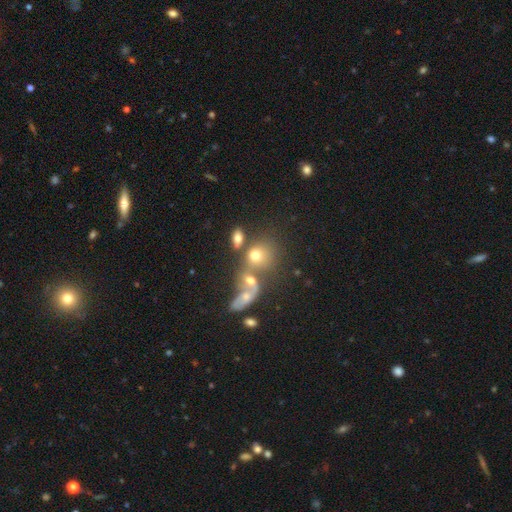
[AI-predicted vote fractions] Smooth or featured?
  - smooth: 64% *
  - featured or disk: 22%
  - star or artifact: 14%
How rounded?
  - round: 54% *
  - in between: 44%
  - cigar-shaped: 2%
Merging?
  - merger: 48% *
  - none: 31%
  - minor disturbance: 11%
  - major disturbance: 10%